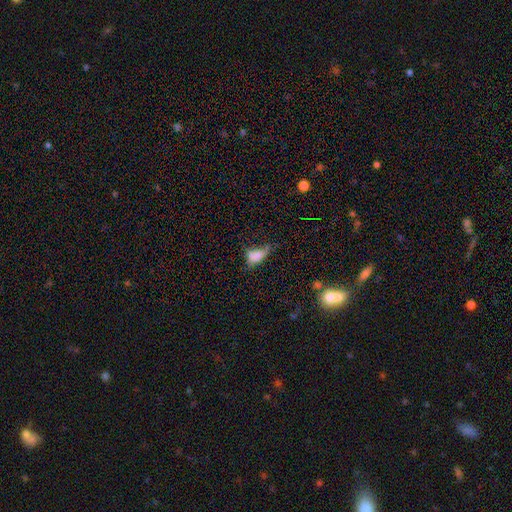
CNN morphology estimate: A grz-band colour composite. It shows a smooth galaxy with no disk features (70%) that is in between round and cigar-shaped (85%). Merging: minor disturbance (32%, tied with major disturbance).